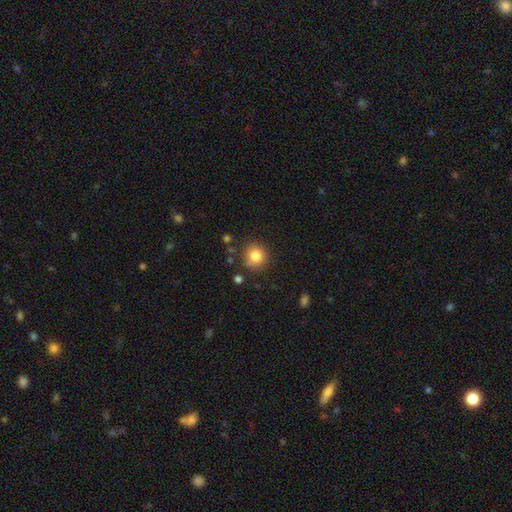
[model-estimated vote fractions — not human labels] A smooth galaxy with no disk features (83%) that is round (91%).

Vote fractions:
- Smooth or featured? smooth: 83% / star or artifact: 11% / featured or disk: 6%
- How rounded? round: 91% / in between: 8% / cigar-shaped: 1%
- Merging? none: 82% / minor disturbance: 11% / merger: 3% / major disturbance: 3%